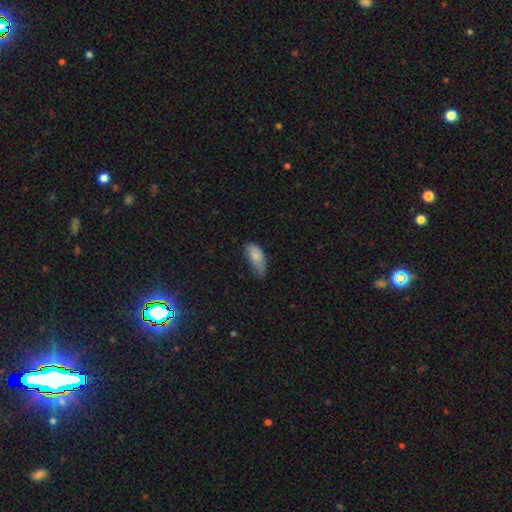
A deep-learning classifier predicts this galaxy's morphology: Smooth or featured: smooth — 83% (featured or disk — 10%)
How rounded: in between — 89% (cigar-shaped — 9%)
Merging: minor disturbance — 45% (none — 39%)